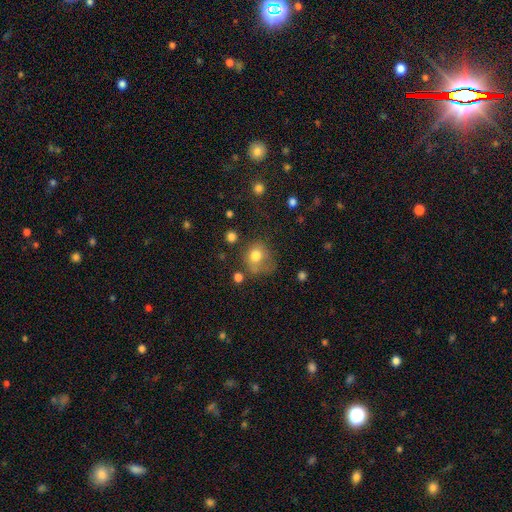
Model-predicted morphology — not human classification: smooth 75%, featured or disk 14%, star or artifact 11%. Down the decision tree: how rounded — round (69%); merging — none (37%).